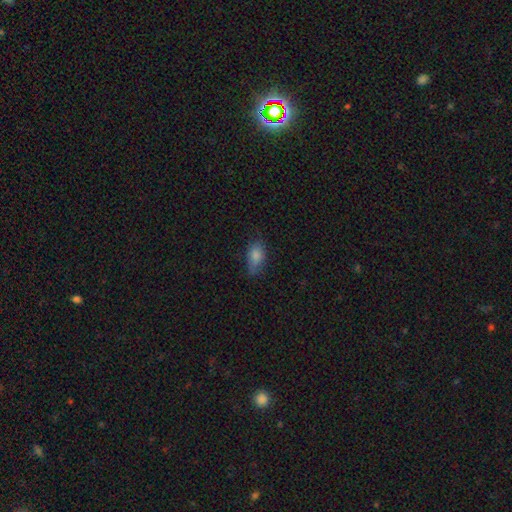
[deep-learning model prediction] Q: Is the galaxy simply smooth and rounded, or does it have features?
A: smooth — 82%.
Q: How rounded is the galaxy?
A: in between — 88%.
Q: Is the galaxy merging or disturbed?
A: none — 63%.